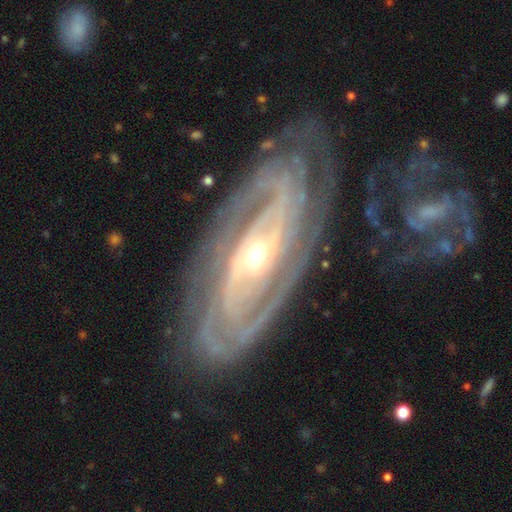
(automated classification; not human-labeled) Overall: featured or disk (91%). Edge-on disk: no (92%). Bar: no (44%; weak 29%). Spiral arms: yes (97%). Spiral arm count: 2 (28%; can't tell 25%). Spiral winding: tight (74%). Bulge size: moderate (54%; small 41%). Merging: none (75%).